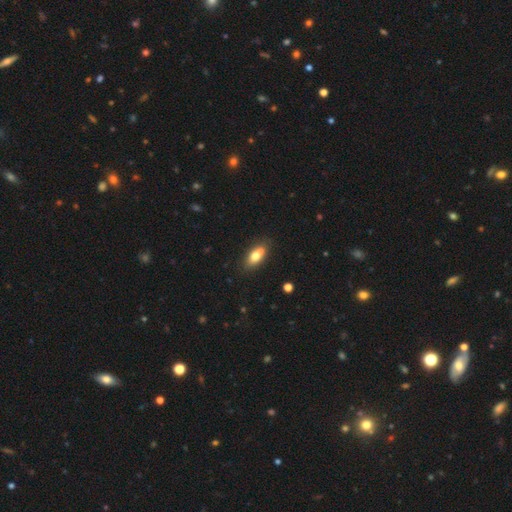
Smooth or featured?
  - smooth: 75% *
  - featured or disk: 22%
  - star or artifact: 2%
How rounded?
  - in between: 83% *
  - round: 10%
  - cigar-shaped: 7%
Merging?
  - none: 77% *
  - minor disturbance: 18%
  - merger: 5%
  - major disturbance: 0%